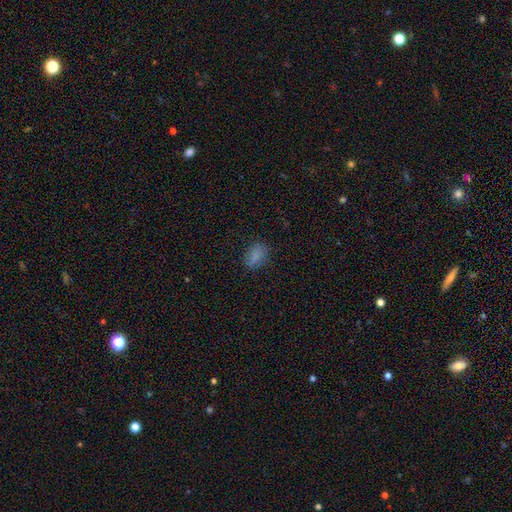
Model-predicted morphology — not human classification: smooth-or-featured: smooth: 80% | star or artifact: 14% | featured or disk: 7%
  how-rounded: in between: 83% | round: 13% | cigar-shaped: 4%
  merging: none: 76% | minor disturbance: 18% | major disturbance: 5% | merger: 1%